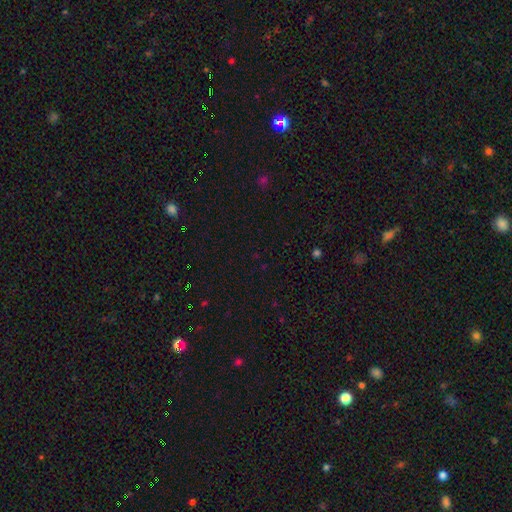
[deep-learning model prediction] smooth-or-featured: star or artifact: 68% | smooth: 24% | featured or disk: 7%